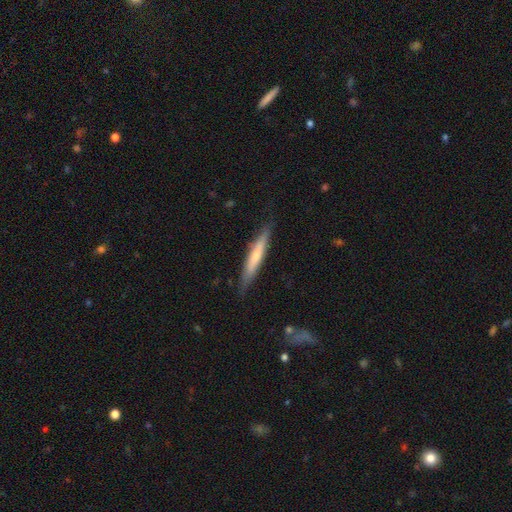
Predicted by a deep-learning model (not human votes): Smooth or featured: smooth — 55% (featured or disk — 39%)
How rounded: cigar-shaped — 92% (in between — 7%)
Merging: none — 82% (minor disturbance — 14%)